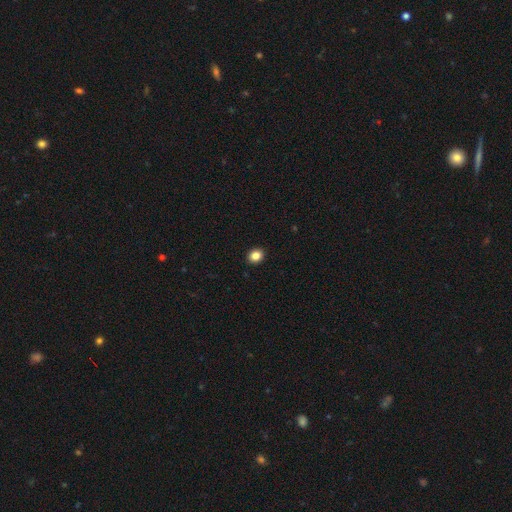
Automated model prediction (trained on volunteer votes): Overall: smooth (85%). How rounded: round (57%; in between 42%). Merging: none (92%).